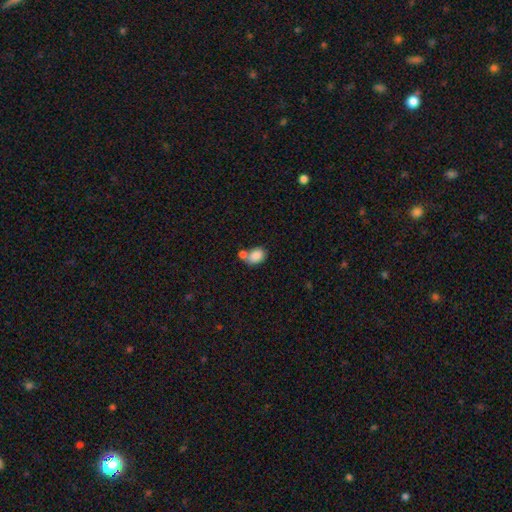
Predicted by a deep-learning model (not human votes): smooth-or-featured: smooth: 85% | star or artifact: 8% | featured or disk: 7%
  how-rounded: in between: 77% | round: 22% | cigar-shaped: 1%
  merging: none: 45% | merger: 38% | minor disturbance: 13% | major disturbance: 4%